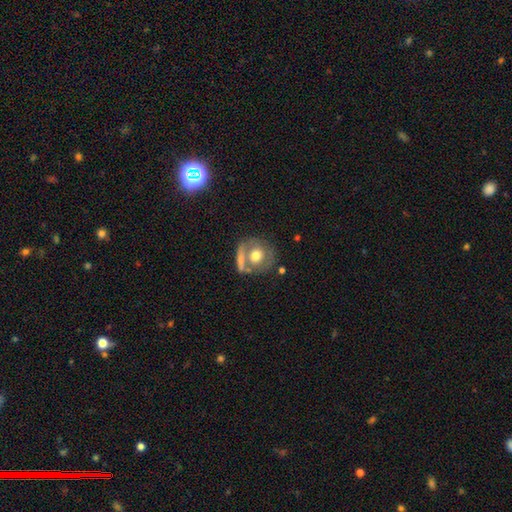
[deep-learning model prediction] Q: Smooth or featured?
A: smooth (55%); runner-up: featured or disk (37%)
Q: How rounded?
A: round (82%); runner-up: in between (17%)
Q: Merging?
A: none (56%); runner-up: merger (24%)